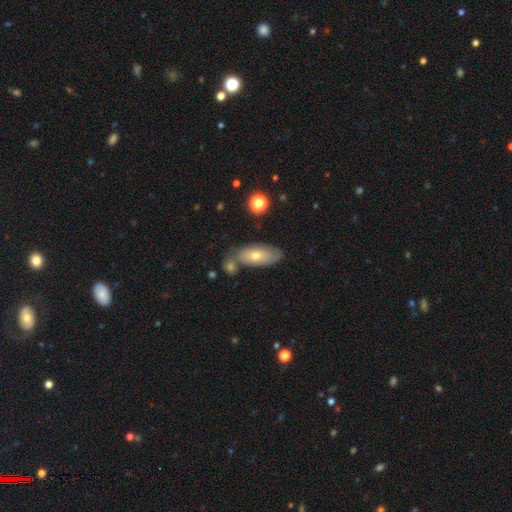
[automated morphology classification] Smooth or featured?
  - smooth: 56% *
  - featured or disk: 36%
  - star or artifact: 7%
How rounded?
  - in between: 85% *
  - cigar-shaped: 12%
  - round: 4%
Merging?
  - none: 59% *
  - minor disturbance: 19%
  - merger: 17%
  - major disturbance: 5%